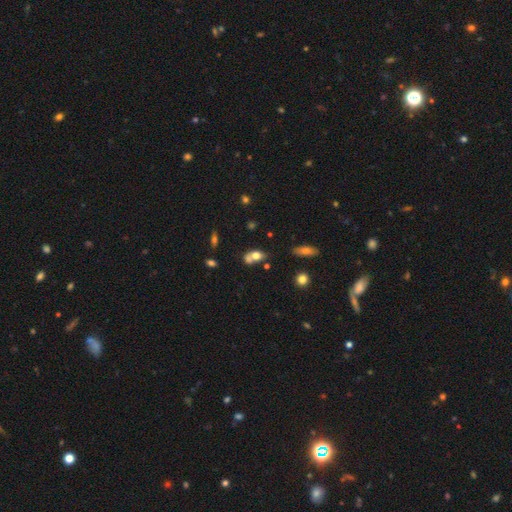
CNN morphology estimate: This is likely a smooth galaxy (67%). How rounded: likely in between (72%). Merging: possibly merger (53%).